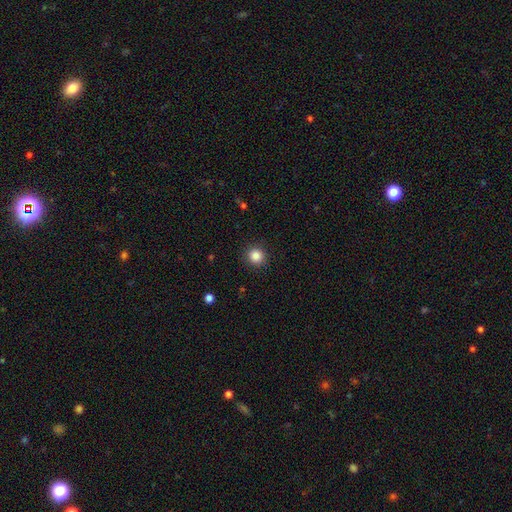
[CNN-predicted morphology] A smooth galaxy with no disk features (86%) that is round (93%).

Vote fractions:
- Smooth or featured? smooth: 86% / star or artifact: 10% / featured or disk: 4%
- How rounded? round: 93% / in between: 6% / cigar-shaped: 1%
- Merging? none: 91% / minor disturbance: 6% / major disturbance: 2% / merger: 1%